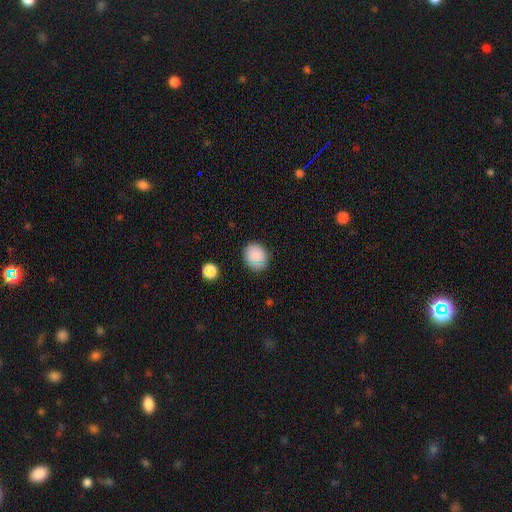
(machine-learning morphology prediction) Smooth or featured? Predicted: smooth (p=0.82). How rounded? Predicted: round (p=0.73). Merging? Predicted: none (p=0.80).